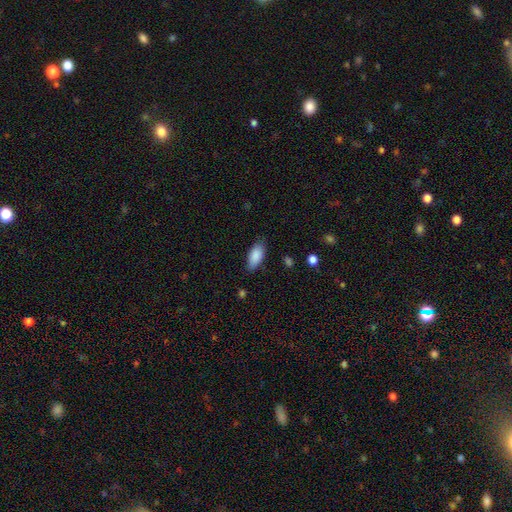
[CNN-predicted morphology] Smooth or featured?
  - smooth: 88% *
  - star or artifact: 6%
  - featured or disk: 6%
How rounded?
  - in between: 89% *
  - cigar-shaped: 9%
  - round: 2%
Merging?
  - none: 78% *
  - minor disturbance: 17%
  - major disturbance: 3%
  - merger: 1%